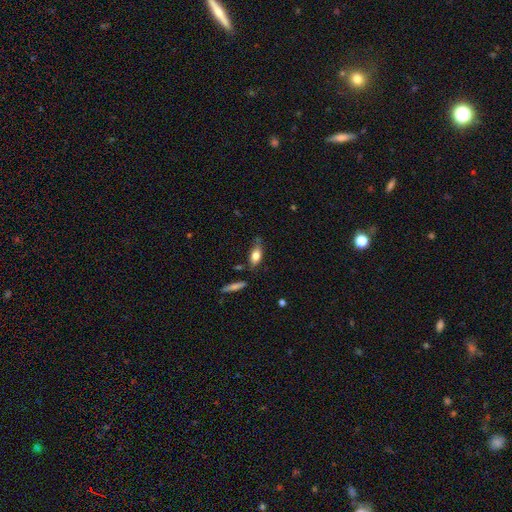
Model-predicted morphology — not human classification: smooth_or_featured: smooth (p=0.73) [alt: featured or disk p=0.20]
how_rounded: in between (p=0.75) [alt: cigar-shaped p=0.20]
merging: none (p=0.66) [alt: minor disturbance p=0.24]